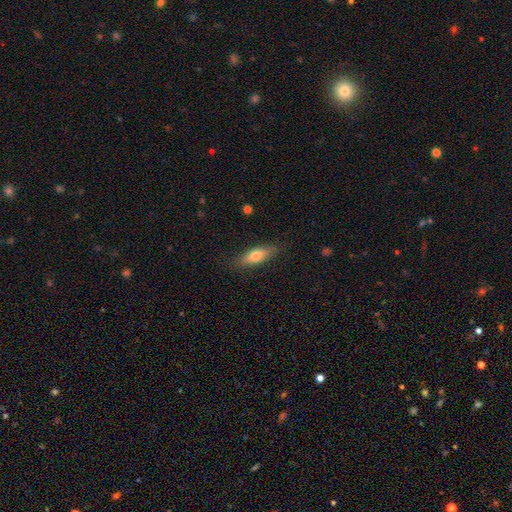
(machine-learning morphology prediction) A smooth galaxy with no disk features (69%) that is in between round and cigar-shaped (62%).

Vote fractions:
- Smooth or featured? smooth: 69% / featured or disk: 24% / star or artifact: 7%
- How rounded? in between: 62% / cigar-shaped: 35% / round: 3%
- Merging? none: 83% / minor disturbance: 13% / major disturbance: 3% / merger: 1%